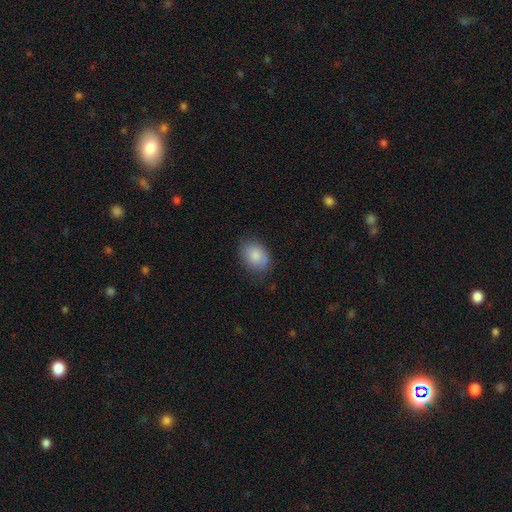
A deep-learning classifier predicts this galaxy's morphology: Smooth or featured: smooth — 84% (featured or disk — 9%)
How rounded: in between — 77% (round — 22%)
Merging: none — 78% (minor disturbance — 17%)